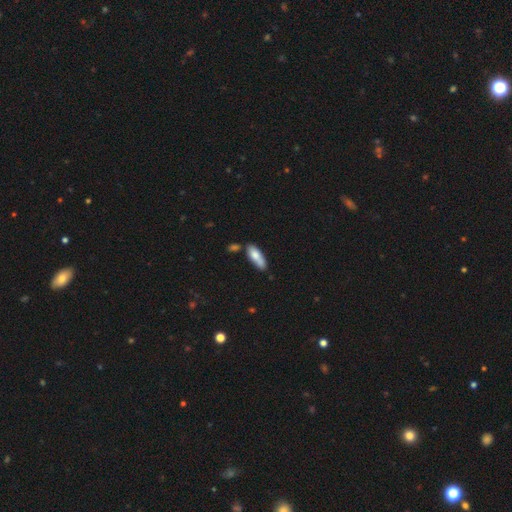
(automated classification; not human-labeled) Overall: smooth (76%). How rounded: in between (62%; cigar-shaped 36%). Merging: none (58%; minor disturbance 23%).